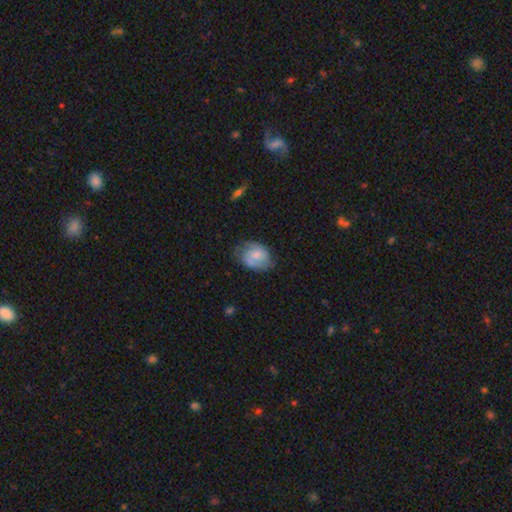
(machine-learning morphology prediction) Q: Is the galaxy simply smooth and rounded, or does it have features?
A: smooth — 49%.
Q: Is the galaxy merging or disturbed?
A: none — 58%.